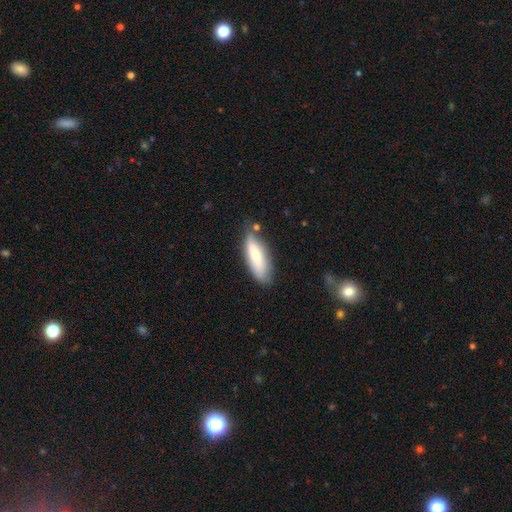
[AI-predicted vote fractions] A smooth galaxy with no disk features (71%) that is in between round and cigar-shaped (56%).

Vote fractions:
- Smooth or featured? smooth: 71% / featured or disk: 23% / star or artifact: 6%
- How rounded? in between: 56% / cigar-shaped: 42% / round: 2%
- Merging? none: 65% / minor disturbance: 24% / major disturbance: 6% / merger: 5%